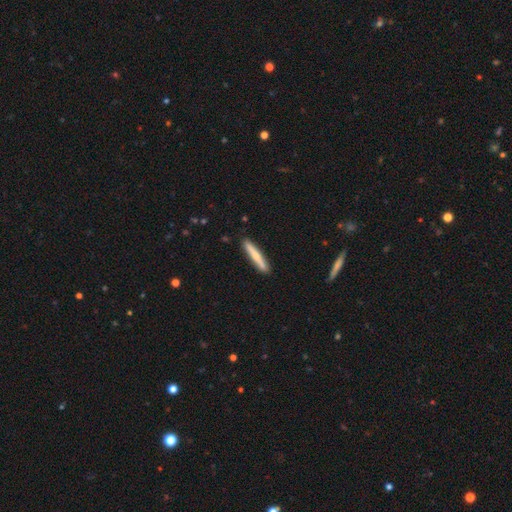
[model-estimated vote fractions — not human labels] Smooth or featured?
  - smooth: 60% *
  - featured or disk: 35%
  - star or artifact: 5%
How rounded?
  - cigar-shaped: 94% *
  - in between: 4%
  - round: 1%
Merging?
  - none: 90% *
  - minor disturbance: 8%
  - major disturbance: 1%
  - merger: 1%